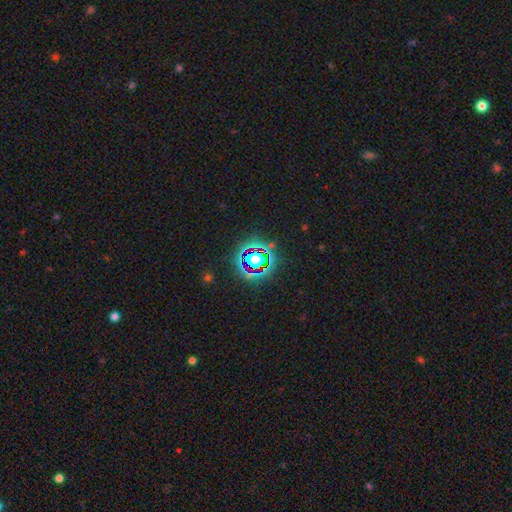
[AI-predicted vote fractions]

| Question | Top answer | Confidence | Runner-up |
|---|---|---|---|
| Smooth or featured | star or artifact | 74% | smooth (17%) |